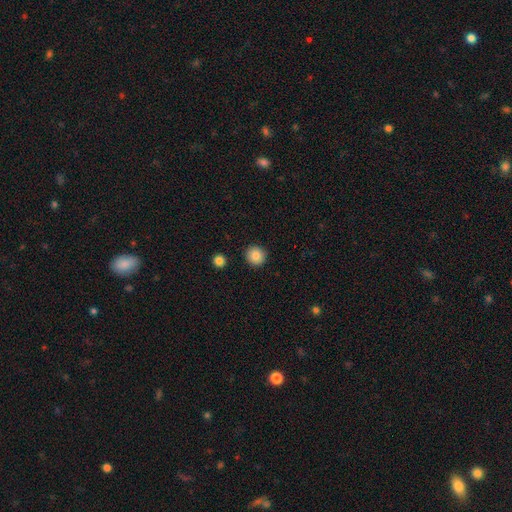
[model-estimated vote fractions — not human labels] A smooth galaxy with no disk features (87%) that is round (94%). Merging: none (92%).